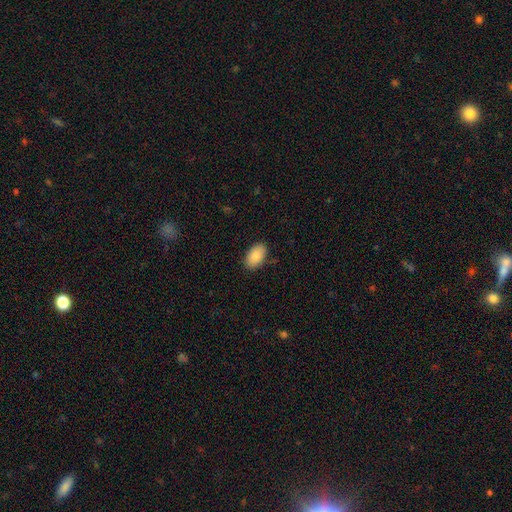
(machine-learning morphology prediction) A smooth galaxy with no disk features (88%) that is in between round and cigar-shaped (93%).

Vote fractions:
- Smooth or featured? smooth: 88% / star or artifact: 6% / featured or disk: 6%
- How rounded? in between: 93% / round: 5% / cigar-shaped: 1%
- Merging? none: 86% / minor disturbance: 10% / major disturbance: 2% / merger: 1%